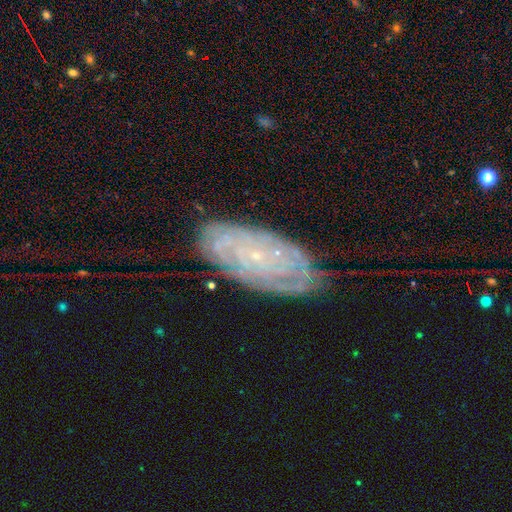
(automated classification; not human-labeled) Smooth or featured: featured or disk — 78% (smooth — 13%)
Edge-on disk: no — 93% (yes — 7%)
Bar: no — 80% (weak — 15%)
Spiral arms: yes — 92% (no — 8%)
Spiral winding: tight — 82% (medium — 14%)
Spiral arm count: can't tell — 45% (4 — 14%)
Bulge size: small — 88% (moderate — 8%)
Merging: none — 82% (minor disturbance — 13%)